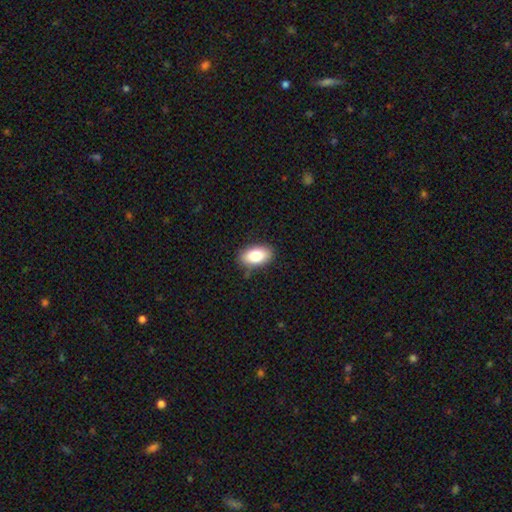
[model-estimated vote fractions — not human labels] Smooth or featured: smooth — 82% (featured or disk — 10%)
How rounded: in between — 92% (round — 6%)
Merging: none — 84% (minor disturbance — 12%)